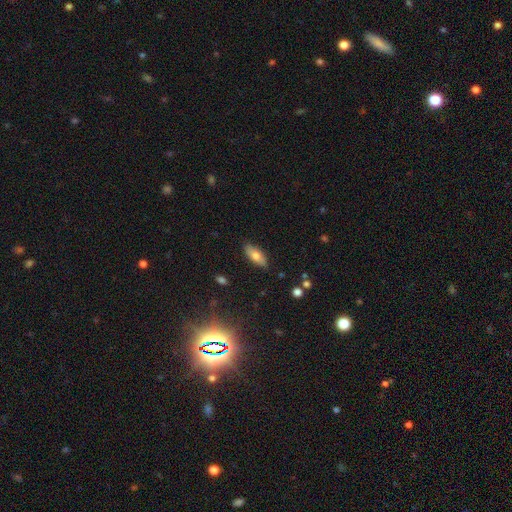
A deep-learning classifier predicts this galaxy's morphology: smooth_or_featured: smooth (p=0.73) [alt: featured or disk p=0.20]
how_rounded: in between (p=0.77) [alt: cigar-shaped p=0.20]
merging: none (p=0.85) [alt: minor disturbance p=0.11]